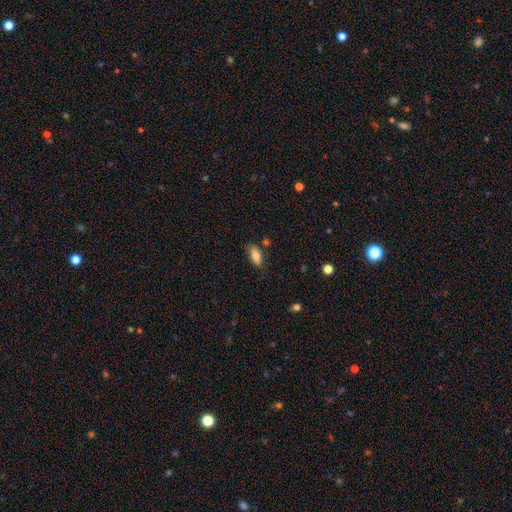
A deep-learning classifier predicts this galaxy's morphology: type=smooth (84%); roundness=in between (85%); merging=none (75%).